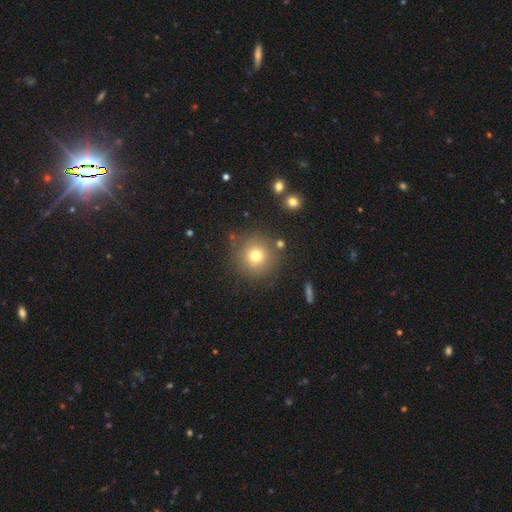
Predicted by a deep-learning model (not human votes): Smooth or featured? Predicted: smooth (p=0.73). How rounded? Predicted: round (p=0.94). Merging? Predicted: none (p=0.84).